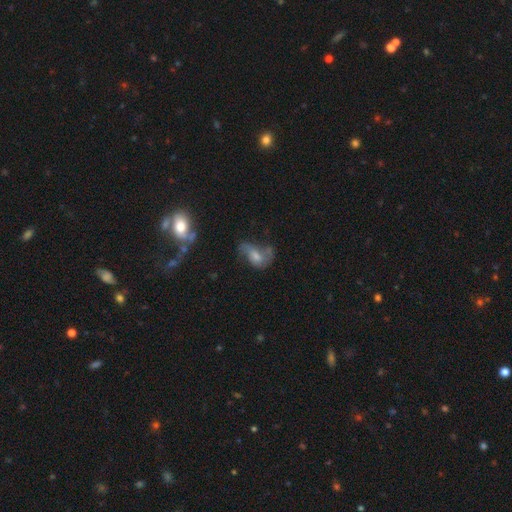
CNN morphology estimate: Overall: featured or disk (46%; smooth 43%). Merging: major disturbance (36%; none 28%).